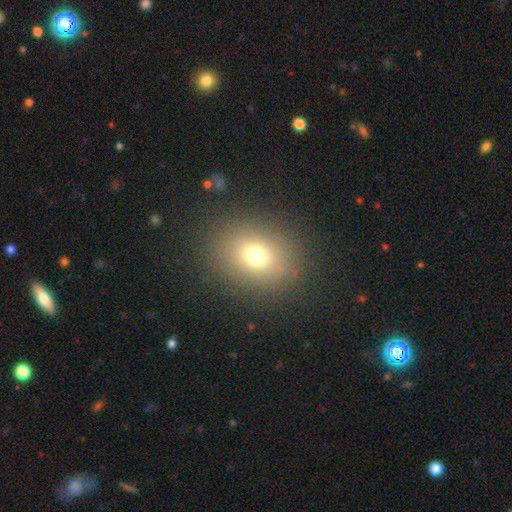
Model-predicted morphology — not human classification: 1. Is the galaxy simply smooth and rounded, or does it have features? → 72% smooth, 17% star or artifact, 11% featured or disk.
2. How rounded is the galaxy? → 58% round, 41% in between, 1% cigar-shaped.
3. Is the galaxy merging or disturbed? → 86% none, 8% minor disturbance, 4% major disturbance, 1% merger.